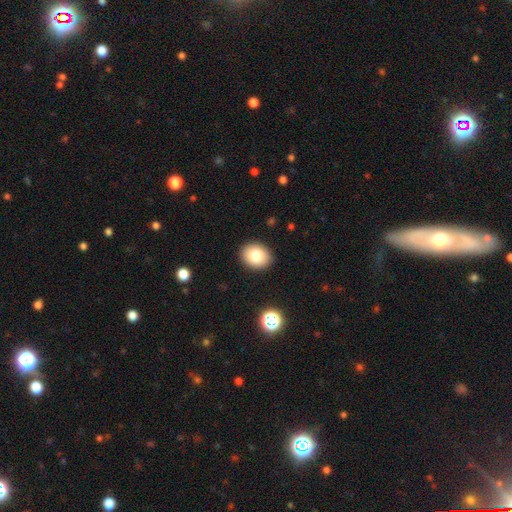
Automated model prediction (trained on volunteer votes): Q: Smooth or featured?
A: smooth (80%); runner-up: star or artifact (10%)
Q: How rounded?
A: round (60%); runner-up: in between (39%)
Q: Merging?
A: none (90%); runner-up: minor disturbance (7%)